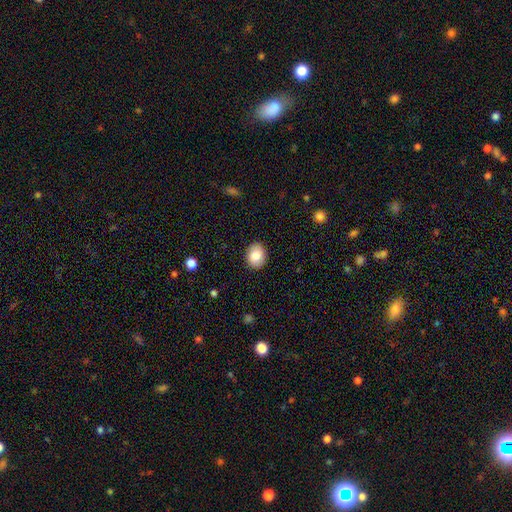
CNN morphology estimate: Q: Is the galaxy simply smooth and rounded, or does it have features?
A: smooth — 83%.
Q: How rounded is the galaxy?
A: in between — 52%.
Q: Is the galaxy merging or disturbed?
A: none — 88%.